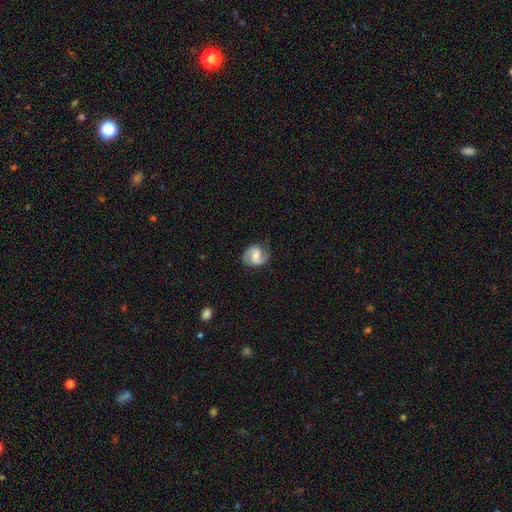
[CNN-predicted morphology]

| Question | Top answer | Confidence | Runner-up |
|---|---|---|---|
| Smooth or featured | featured or disk | 75% | smooth (18%) |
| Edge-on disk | no | 98% | yes (2%) |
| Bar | weak | 50% | no (29%) |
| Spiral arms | yes | 95% | no (5%) |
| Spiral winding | medium | 50% | loose (28%) |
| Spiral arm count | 2 | 90% | can't tell (4%) |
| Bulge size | moderate | 48% | small (30%) |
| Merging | none | 78% | minor disturbance (16%) |